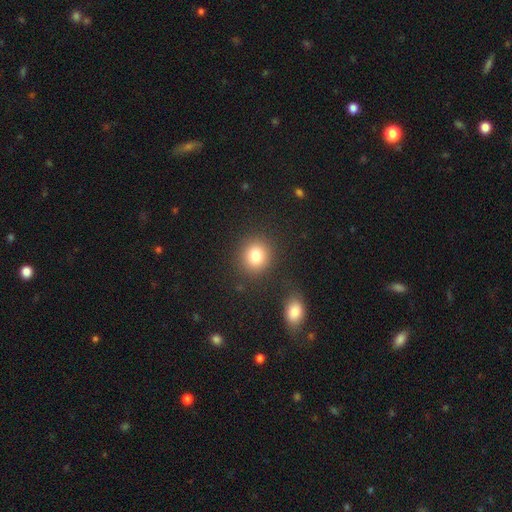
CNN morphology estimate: Smooth or featured?
  - smooth: 82% *
  - star or artifact: 11%
  - featured or disk: 7%
How rounded?
  - round: 85% *
  - in between: 14%
  - cigar-shaped: 1%
Merging?
  - none: 85% *
  - minor disturbance: 8%
  - merger: 4%
  - major disturbance: 3%